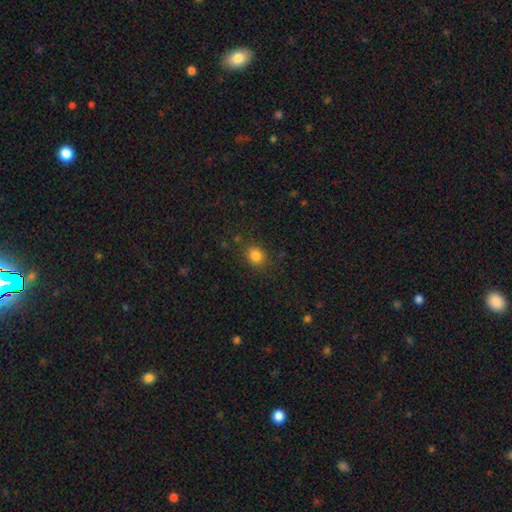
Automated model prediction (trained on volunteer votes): Smooth or featured: smooth — 83% (star or artifact — 12%)
How rounded: round — 68% (in between — 31%)
Merging: none — 83% (minor disturbance — 11%)